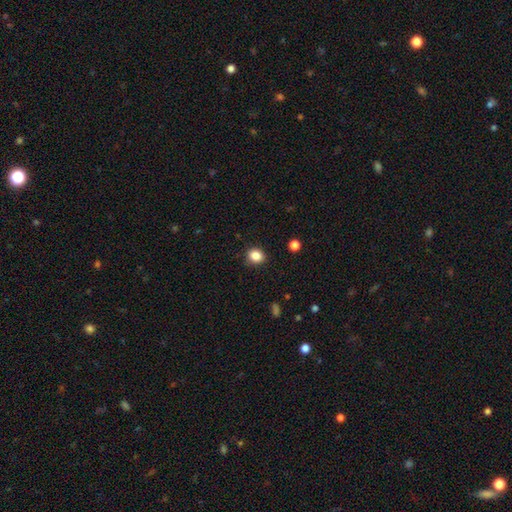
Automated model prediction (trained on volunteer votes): This appears to be a smooth galaxy with no disk features (86%) that is round (69%). Merging: none (87%).